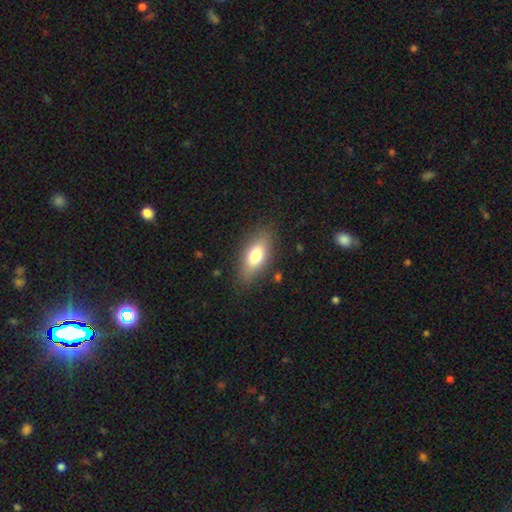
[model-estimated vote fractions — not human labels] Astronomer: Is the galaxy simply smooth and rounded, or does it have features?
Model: smooth — 73%.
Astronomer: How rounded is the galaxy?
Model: in between — 80%.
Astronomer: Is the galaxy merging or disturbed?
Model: none — 83%.